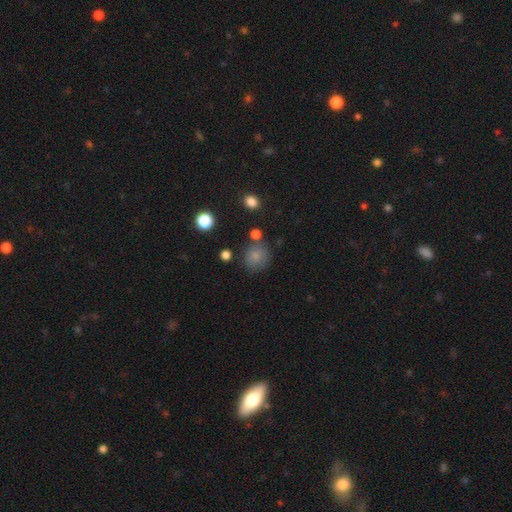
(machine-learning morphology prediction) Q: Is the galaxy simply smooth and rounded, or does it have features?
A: smooth — 81%.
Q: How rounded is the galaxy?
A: round — 81%.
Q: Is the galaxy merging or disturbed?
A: none — 73%.